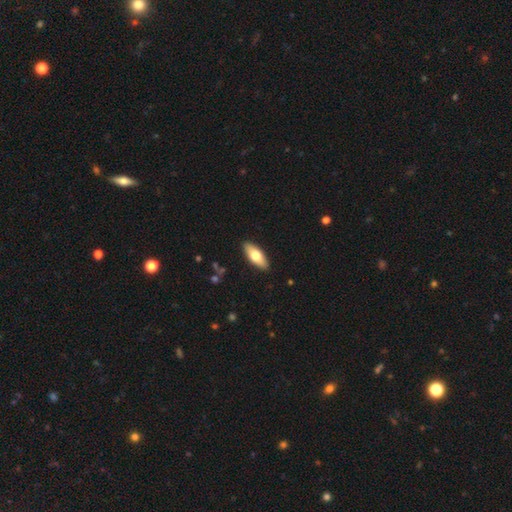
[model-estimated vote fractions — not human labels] Smooth or featured?
  - smooth: 69% *
  - featured or disk: 26%
  - star or artifact: 5%
How rounded?
  - in between: 76% *
  - cigar-shaped: 22%
  - round: 2%
Merging?
  - none: 90% *
  - minor disturbance: 8%
  - major disturbance: 2%
  - merger: 1%